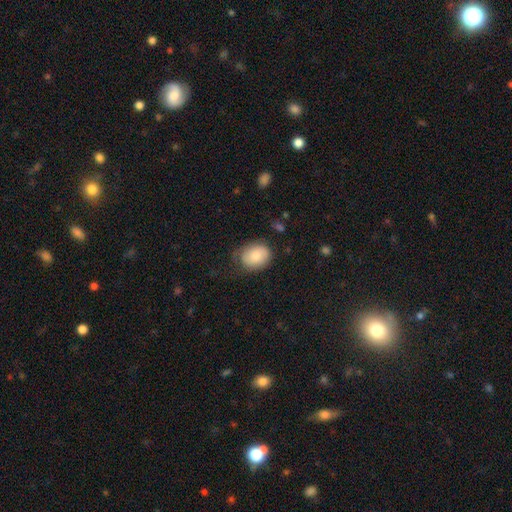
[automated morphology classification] smooth 78%, featured or disk 15%, star or artifact 7%. Down the decision tree: how rounded — in between (61%); merging — none (63%).